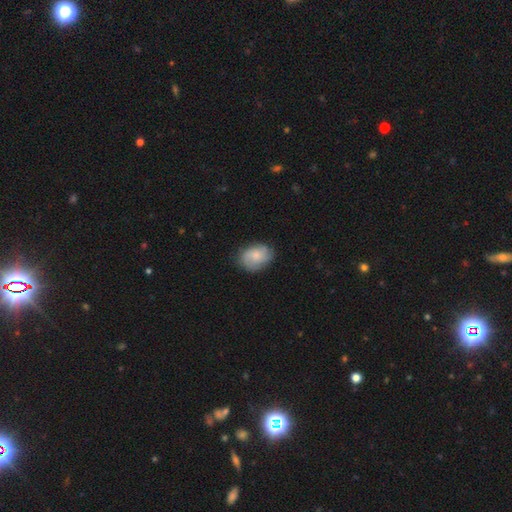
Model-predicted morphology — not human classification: A smooth galaxy with no disk features (59%) that is in between round and cigar-shaped (68%).

Vote fractions:
- Smooth or featured? smooth: 59% / featured or disk: 34% / star or artifact: 7%
- How rounded? in between: 68% / round: 31% / cigar-shaped: 1%
- Merging? none: 74% / minor disturbance: 19% / major disturbance: 5% / merger: 1%